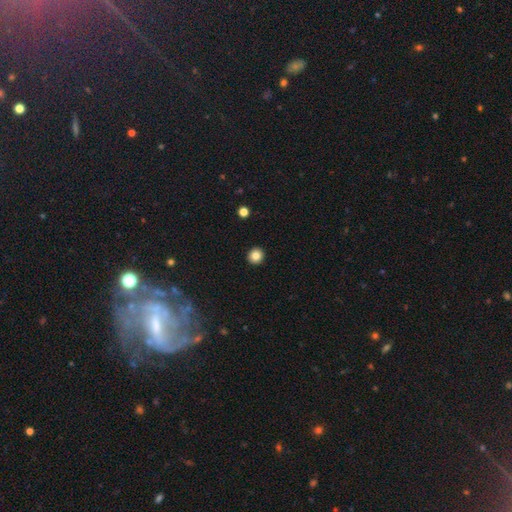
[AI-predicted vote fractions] A smooth galaxy with no disk features (84%) that is round (93%).

Vote fractions:
- Smooth or featured? smooth: 84% / star or artifact: 10% / featured or disk: 6%
- How rounded? round: 93% / in between: 6% / cigar-shaped: 1%
- Merging? none: 94% / minor disturbance: 4% / major disturbance: 1% / merger: 1%